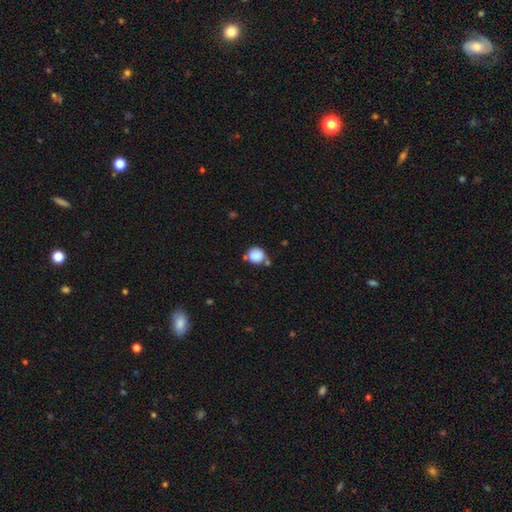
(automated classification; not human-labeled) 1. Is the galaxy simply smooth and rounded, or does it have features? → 85% smooth, 9% star or artifact, 6% featured or disk.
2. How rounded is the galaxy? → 78% round, 21% in between, 1% cigar-shaped.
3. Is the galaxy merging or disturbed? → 56% none, 22% minor disturbance, 16% merger, 6% major disturbance.